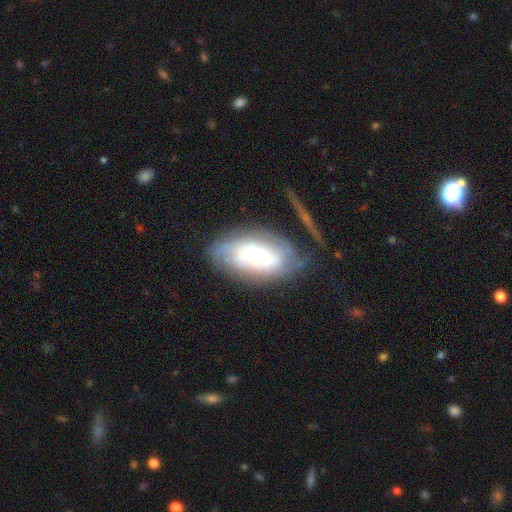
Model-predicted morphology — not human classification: featured or disk 57%, smooth 35%, star or artifact 9%. Down the decision tree: edge-on disk — no (88%); bar — no (74%); spiral arms — yes (67%); bulge size — moderate (44%); merging — none (57%).